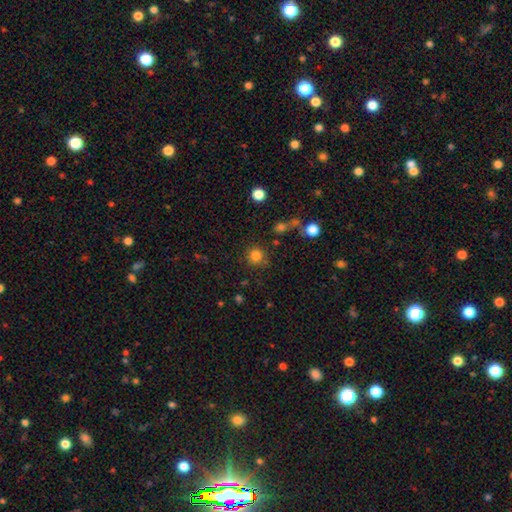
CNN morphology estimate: smooth-or-featured: smooth: 81% | star or artifact: 13% | featured or disk: 6%
  how-rounded: round: 92% | in between: 7% | cigar-shaped: 1%
  merging: none: 82% | minor disturbance: 10% | merger: 5% | major disturbance: 4%